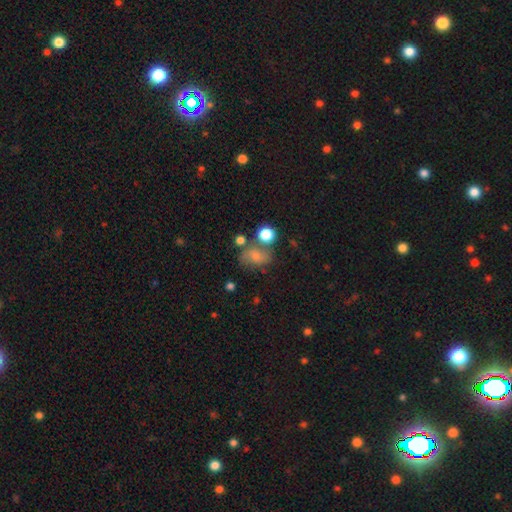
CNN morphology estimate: A smooth galaxy with no disk features (62%) that is in between round and cigar-shaped (61%). Merging: none (49%).